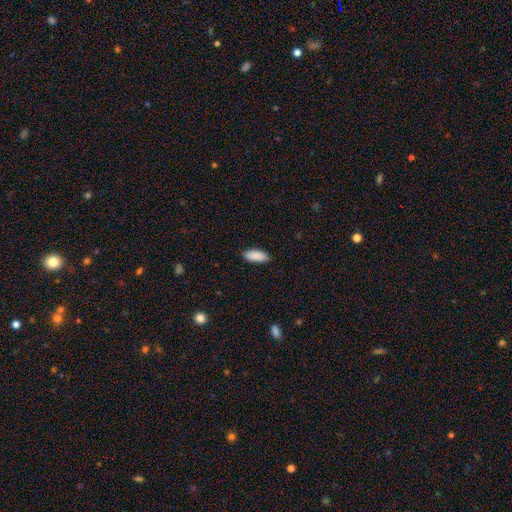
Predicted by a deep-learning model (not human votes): Smooth or featured?
  - smooth: 90% *
  - star or artifact: 6%
  - featured or disk: 4%
How rounded?
  - in between: 81% *
  - cigar-shaped: 17%
  - round: 2%
Merging?
  - none: 88% *
  - minor disturbance: 9%
  - major disturbance: 2%
  - merger: 1%